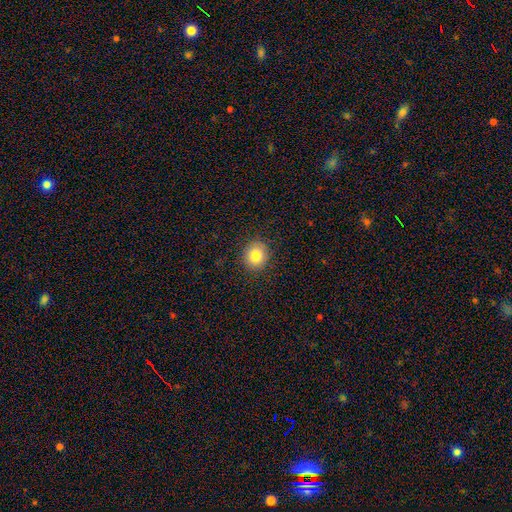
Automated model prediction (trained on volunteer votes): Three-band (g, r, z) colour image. It shows a smooth galaxy with no disk features (83%) that is round (75%). Merging: none (89%).